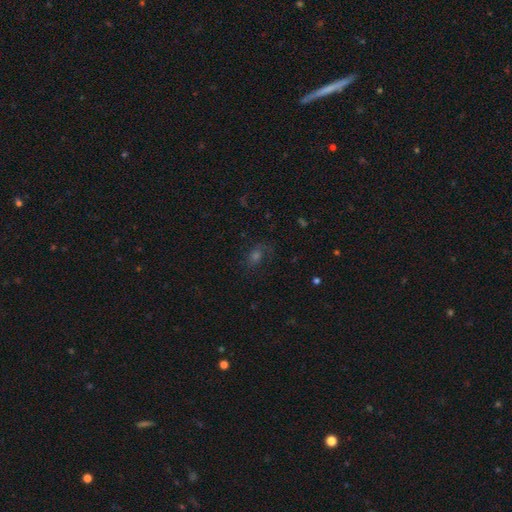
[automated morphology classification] Smooth or featured? Predicted: smooth (p=0.43). Merging? Predicted: none (p=0.70).